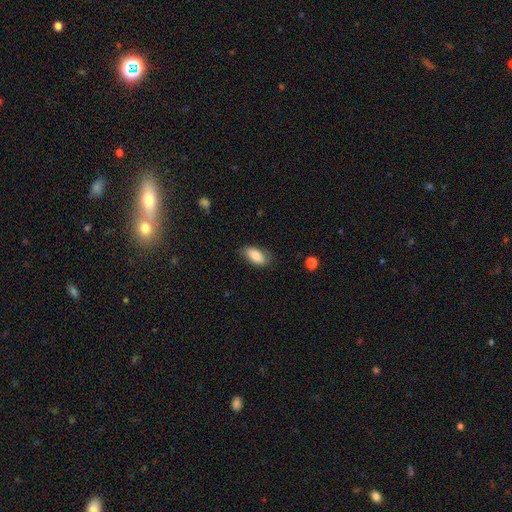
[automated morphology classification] type=smooth (81%); roundness=in between (92%); merging=none (71%).